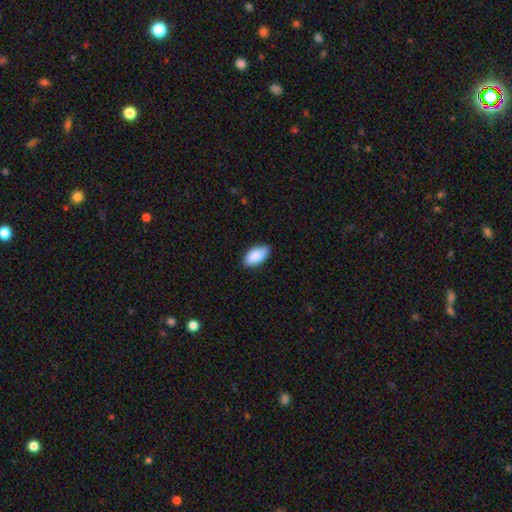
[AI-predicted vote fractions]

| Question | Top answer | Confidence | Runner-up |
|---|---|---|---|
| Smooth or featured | smooth | 89% | star or artifact (6%) |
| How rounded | in between | 94% | cigar-shaped (3%) |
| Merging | none | 84% | minor disturbance (13%) |